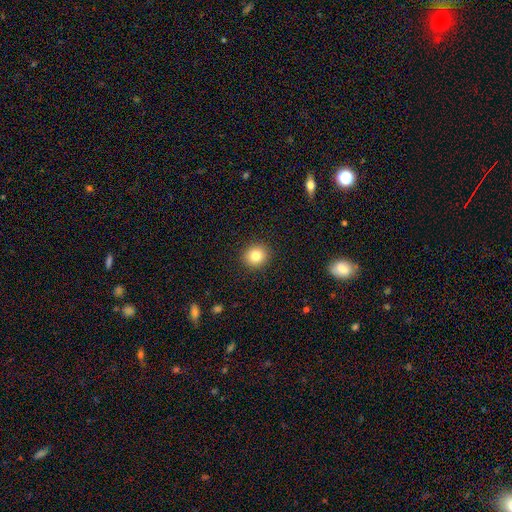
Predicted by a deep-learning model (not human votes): Overall: smooth (82%). How rounded: round (87%). Merging: none (92%).